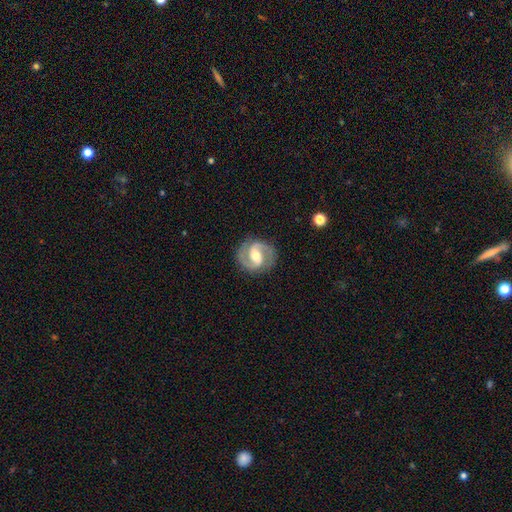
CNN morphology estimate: type=featured or disk (89%); edge-on=no (98%); bar=weak (46%); spiral arms=yes (97%); winding=medium (58%); arm count=2 (94%); bulge=moderate (69%); merging=none (87%).